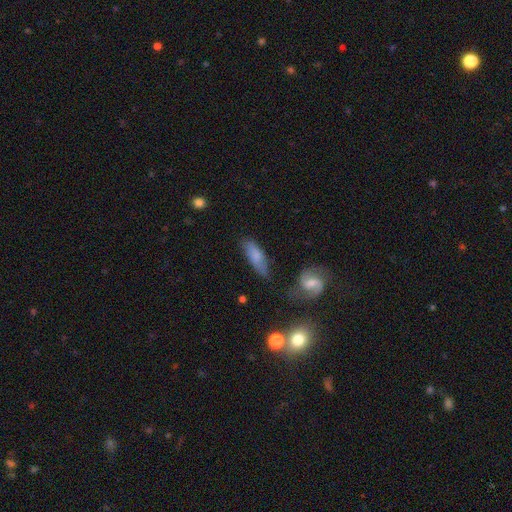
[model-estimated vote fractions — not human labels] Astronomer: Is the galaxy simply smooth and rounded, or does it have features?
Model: smooth — 69%.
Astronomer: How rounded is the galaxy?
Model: in between — 53% (runner-up: cigar-shaped, 44%).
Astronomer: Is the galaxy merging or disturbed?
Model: none — 66%.